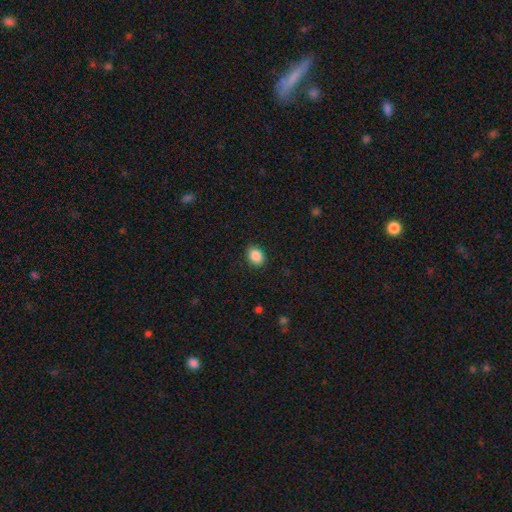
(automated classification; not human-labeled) Smooth or featured: smooth — 88% (star or artifact — 8%)
How rounded: in between — 64% (round — 35%)
Merging: none — 87% (minor disturbance — 10%)